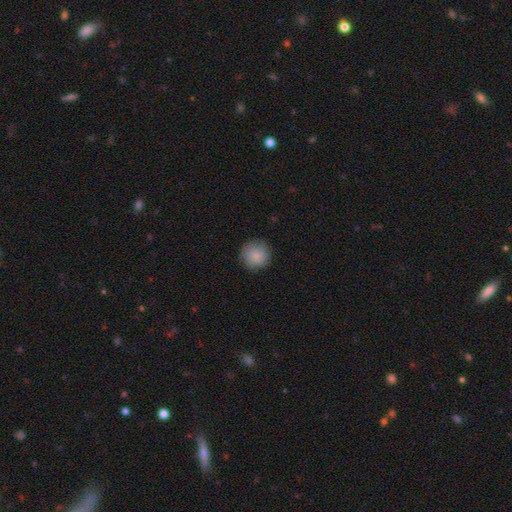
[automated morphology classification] A smooth galaxy with no disk features (87%) that is round (95%).

Vote fractions:
- Smooth or featured? smooth: 87% / star or artifact: 8% / featured or disk: 6%
- How rounded? round: 95% / in between: 4% / cigar-shaped: 1%
- Merging? none: 87% / minor disturbance: 10% / major disturbance: 2% / merger: 1%